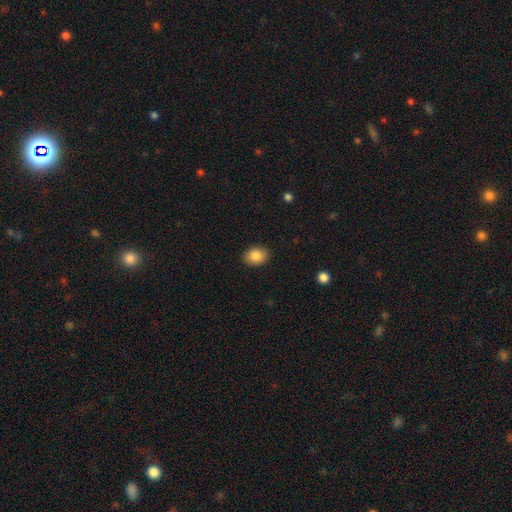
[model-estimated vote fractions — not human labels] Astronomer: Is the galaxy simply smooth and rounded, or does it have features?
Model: smooth — 85%.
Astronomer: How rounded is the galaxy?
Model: in between — 64%.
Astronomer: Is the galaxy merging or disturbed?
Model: none — 89%.